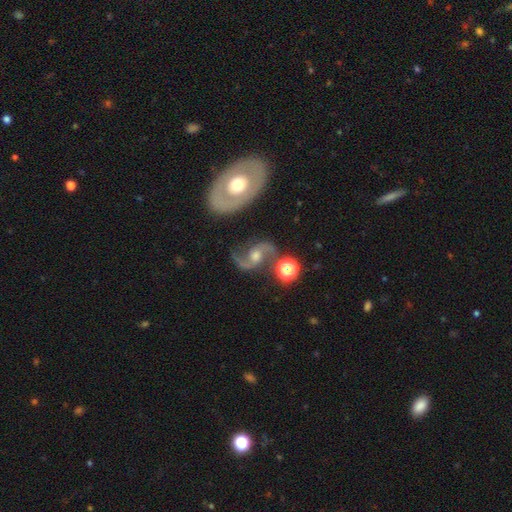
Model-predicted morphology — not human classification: This is clearly a featured or disk galaxy (86%). It is clearly not viewed edge-on (97%). Bar: possibly no (59%). Spiral arm pattern: clearly yes (94%). Spiral arm count: clearly 2 (93%). Spiral winding: possibly loose (58%). Central bulge: likely moderate (61%). Merging: likely none (68%).